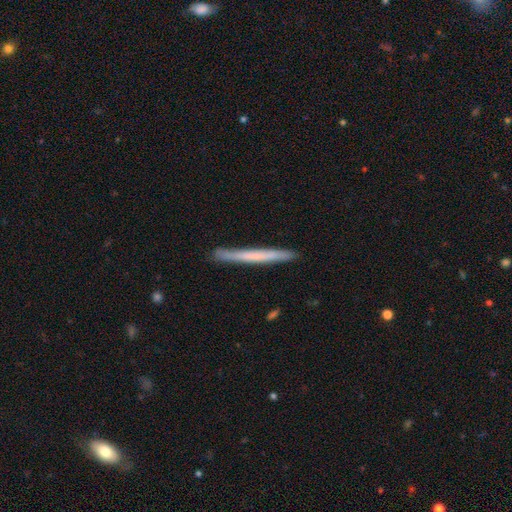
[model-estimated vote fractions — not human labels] Smooth or featured? Predicted: smooth (p=0.55). How rounded? Predicted: cigar-shaped (p=0.97). Merging? Predicted: none (p=0.90).